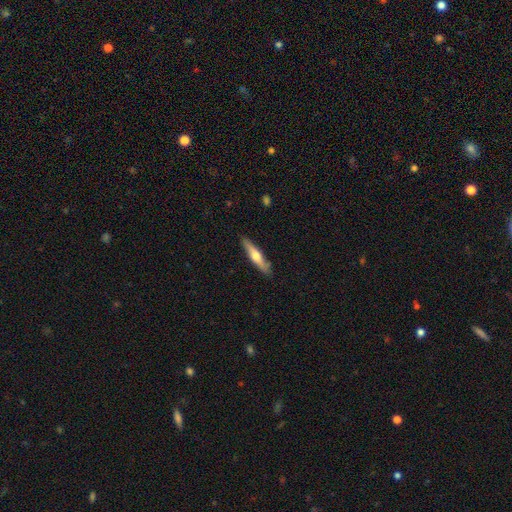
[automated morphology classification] A featured or disk galaxy (48%). Merging: none (86%).